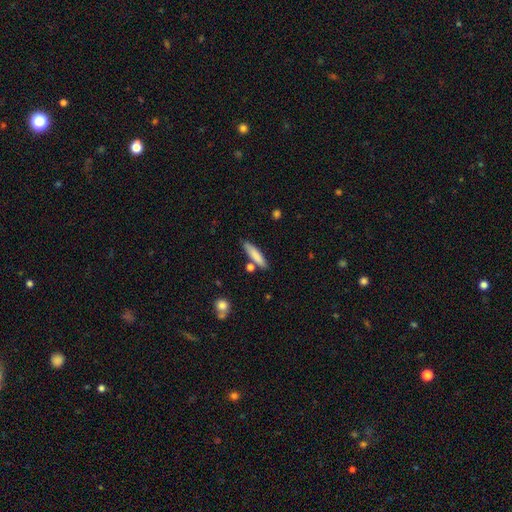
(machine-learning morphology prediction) smooth 81%, featured or disk 13%, star or artifact 6%. Down the decision tree: how rounded — cigar-shaped (80%); merging — none (78%).